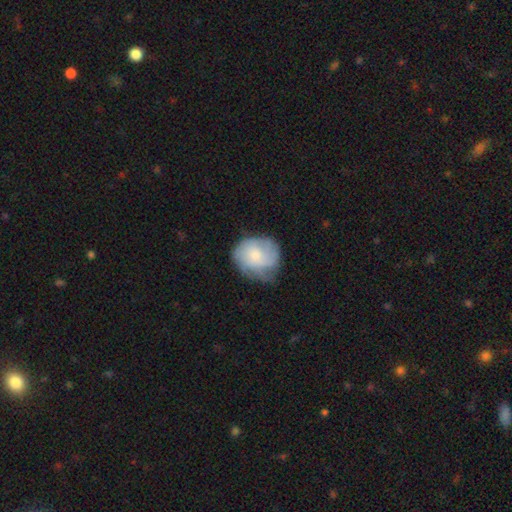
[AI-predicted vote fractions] The model was most divided on "smooth or featured": featured or disk: 47%, smooth: 46%, star or artifact: 7%. More confident: merging — none (55%).